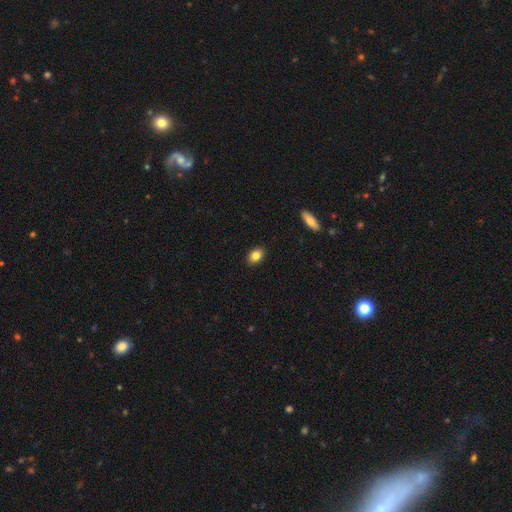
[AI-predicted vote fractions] Smooth or featured? smooth (84%)
How rounded? in between (77%)
Merging? none (89%)